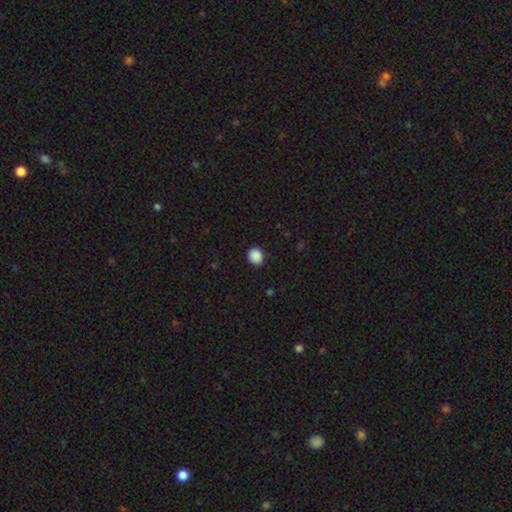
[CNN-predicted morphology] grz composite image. It shows a smooth galaxy with no disk features (89%) that is round (62%). Merging: none (89%).